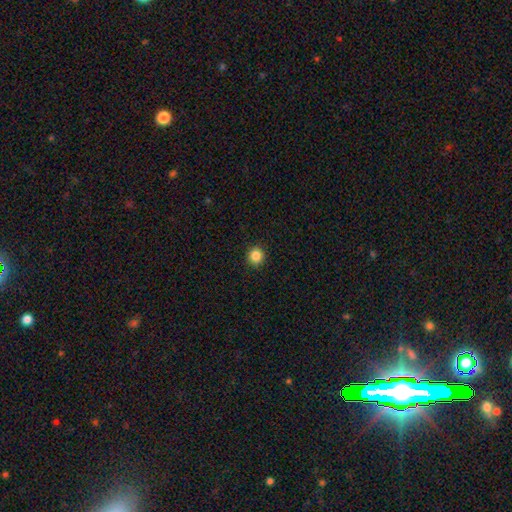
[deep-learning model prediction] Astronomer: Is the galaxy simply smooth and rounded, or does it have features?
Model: smooth — 86%.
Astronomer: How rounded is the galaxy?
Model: round — 94%.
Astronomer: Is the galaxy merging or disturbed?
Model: none — 93%.